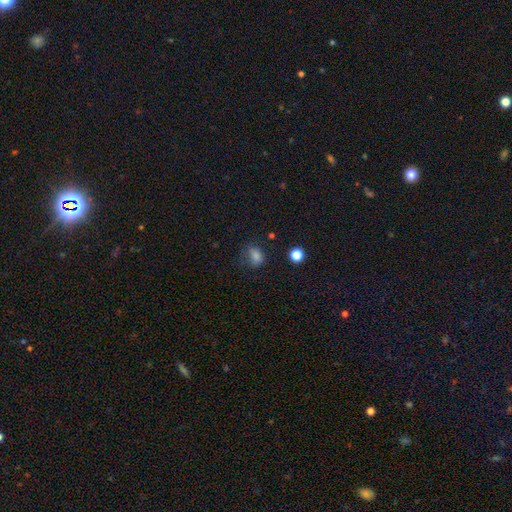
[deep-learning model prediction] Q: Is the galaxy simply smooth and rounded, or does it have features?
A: smooth — 76%.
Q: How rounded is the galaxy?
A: in between — 60%.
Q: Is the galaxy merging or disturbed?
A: none — 56%.